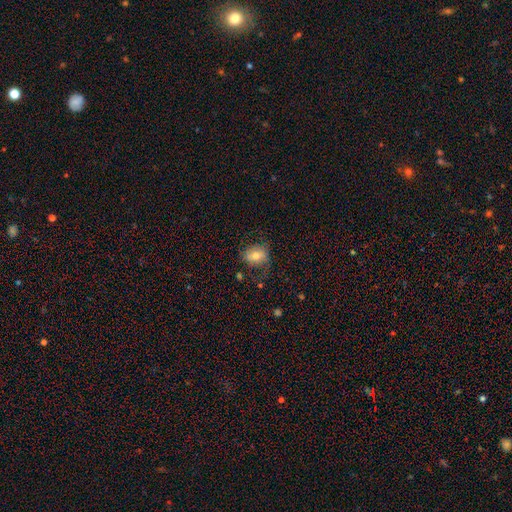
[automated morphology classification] Smooth or featured?
  - smooth: 70% *
  - featured or disk: 20%
  - star or artifact: 9%
How rounded?
  - round: 52% *
  - in between: 47%
  - cigar-shaped: 1%
Merging?
  - none: 59% *
  - minor disturbance: 25%
  - major disturbance: 14%
  - merger: 2%